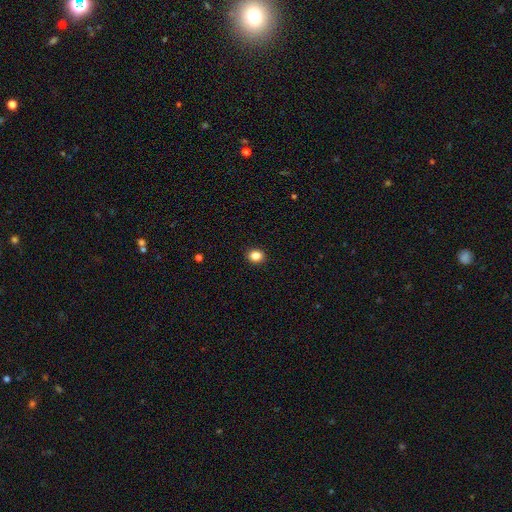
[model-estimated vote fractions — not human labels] The model was most divided on "how rounded": round: 65%, in between: 34%, cigar-shaped: 1%. More confident: merging — none (92%); smooth or featured — smooth (85%).